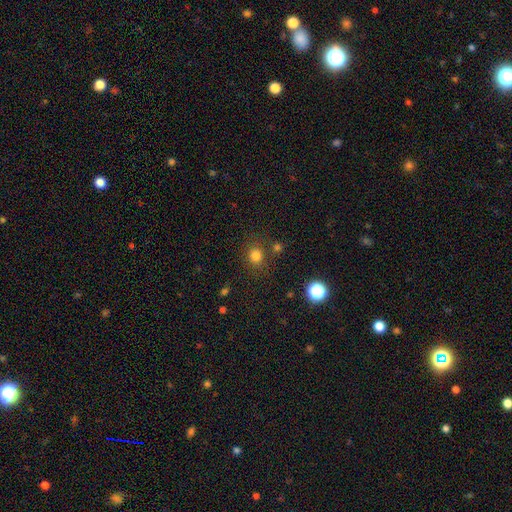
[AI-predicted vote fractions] smooth-or-featured: smooth: 78% | star or artifact: 16% | featured or disk: 5%
  how-rounded: round: 82% | in between: 17% | cigar-shaped: 1%
  merging: none: 78% | minor disturbance: 10% | merger: 8% | major disturbance: 4%